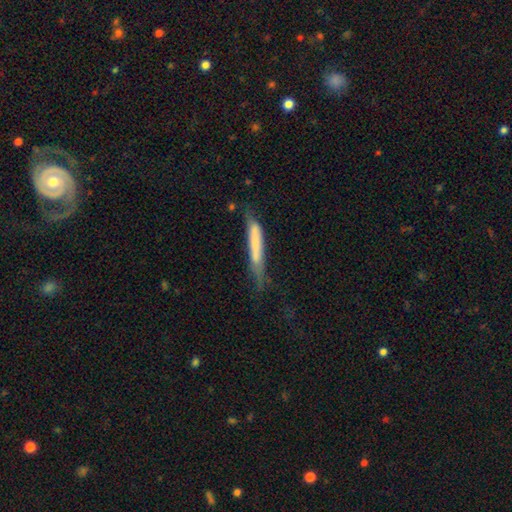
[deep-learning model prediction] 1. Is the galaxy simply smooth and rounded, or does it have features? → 62% smooth, 31% featured or disk, 7% star or artifact.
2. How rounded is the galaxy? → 94% cigar-shaped, 5% in between, 1% round.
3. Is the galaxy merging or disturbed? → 49% none, 31% minor disturbance, 15% major disturbance, 4% merger.